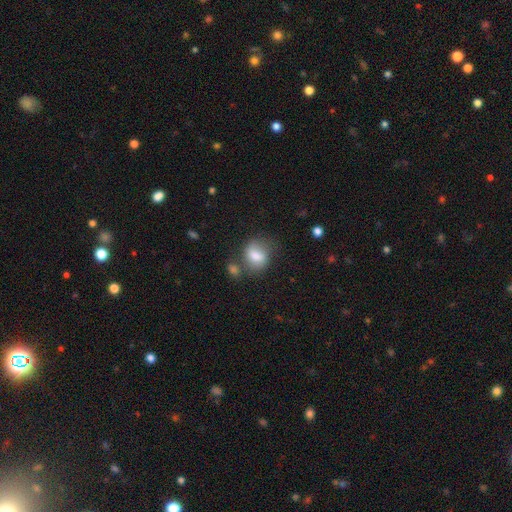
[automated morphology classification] This appears to be a smooth galaxy with no disk features (76%) that is in between round and cigar-shaped (51%). Merging: none (51%).